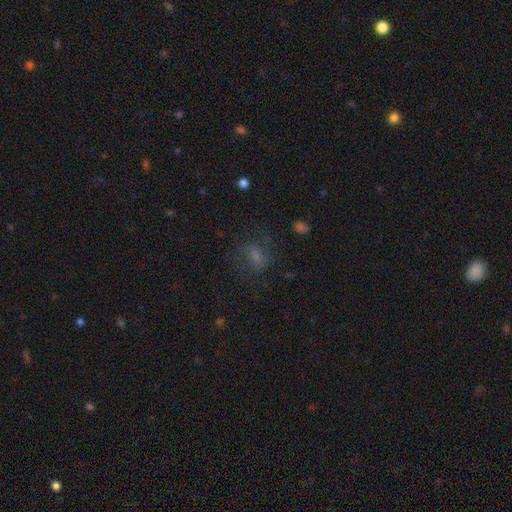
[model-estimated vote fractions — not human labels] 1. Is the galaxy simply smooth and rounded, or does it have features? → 57% smooth, 23% featured or disk, 20% star or artifact.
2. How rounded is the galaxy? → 55% in between, 42% round, 3% cigar-shaped.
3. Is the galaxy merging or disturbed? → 58% none, 21% major disturbance, 19% minor disturbance, 2% merger.